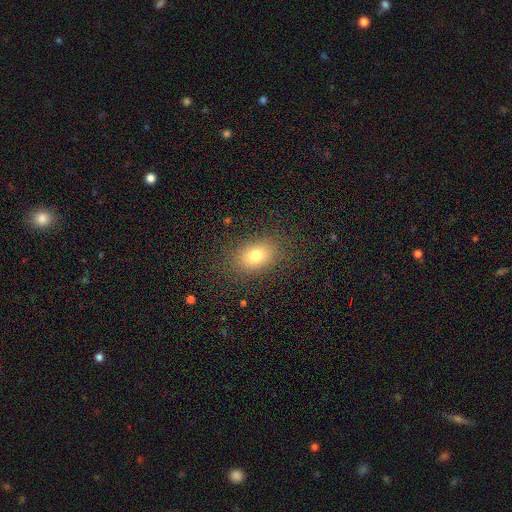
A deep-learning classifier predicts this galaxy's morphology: type=smooth (78%); roundness=in between (76%); merging=none (85%).